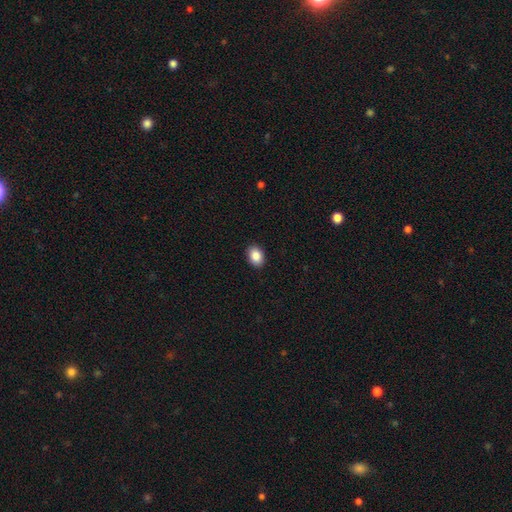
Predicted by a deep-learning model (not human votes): This is clearly a smooth galaxy (87%). How rounded: likely in between (74%). Merging: clearly none (90%).